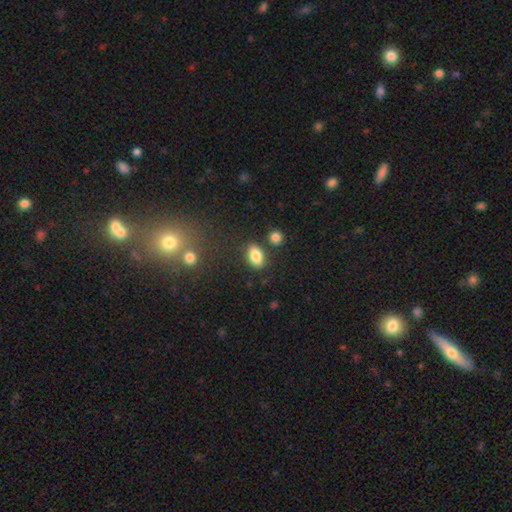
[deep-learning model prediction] Q: Smooth or featured?
A: smooth (84%); runner-up: star or artifact (9%)
Q: How rounded?
A: in between (87%); runner-up: round (11%)
Q: Merging?
A: none (78%); runner-up: minor disturbance (12%)